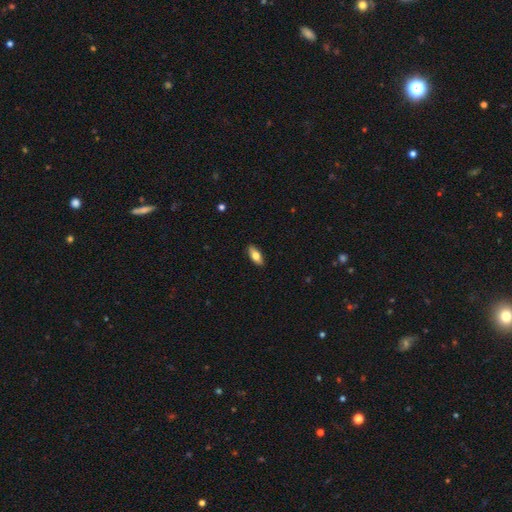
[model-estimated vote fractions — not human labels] Q: Smooth or featured?
A: smooth (69%); runner-up: featured or disk (25%)
Q: How rounded?
A: in between (77%); runner-up: cigar-shaped (20%)
Q: Merging?
A: none (89%); runner-up: minor disturbance (8%)